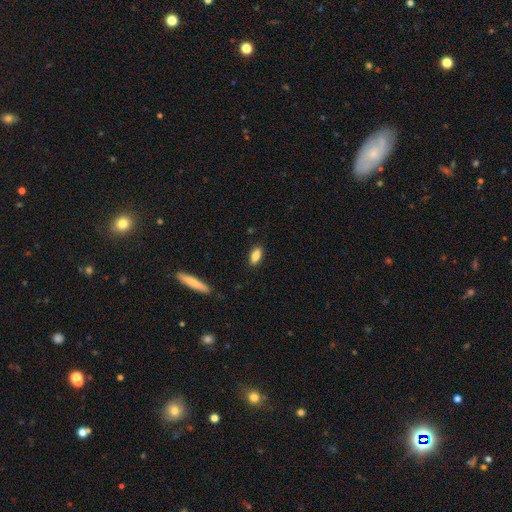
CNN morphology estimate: Overall: smooth (86%). How rounded: in between (81%). Merging: none (88%).